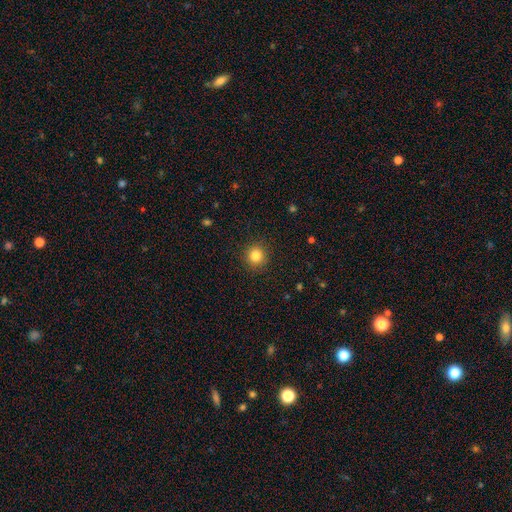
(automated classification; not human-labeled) smooth-or-featured: smooth: 83% | star or artifact: 11% | featured or disk: 5%
  how-rounded: round: 93% | in between: 6% | cigar-shaped: 1%
  merging: none: 91% | minor disturbance: 6% | major disturbance: 2% | merger: 1%